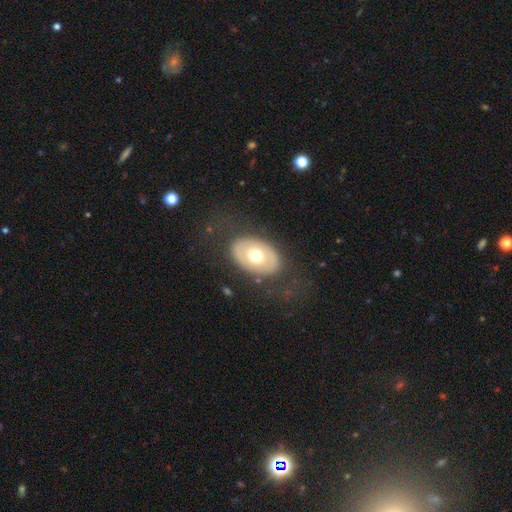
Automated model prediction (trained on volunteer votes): Overall: smooth (54%; featured or disk 39%). How rounded: in between (83%). Merging: none (78%).